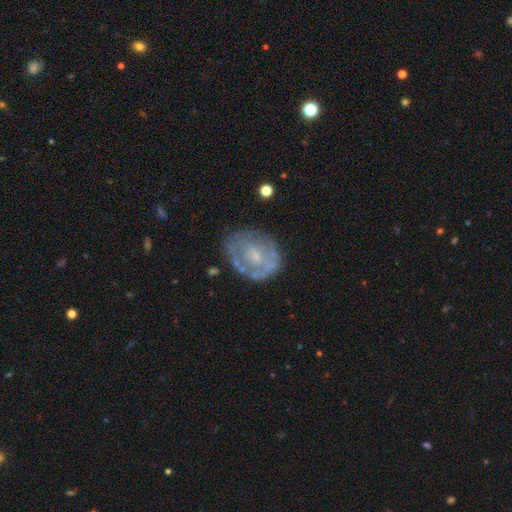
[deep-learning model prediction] smooth_or_featured: featured or disk (p=0.62) [alt: smooth p=0.30]
disk_edge_on: no (p=0.97) [alt: yes p=0.03]
bar: no (p=0.78) [alt: weak p=0.18]
has_spiral_arms: no (p=0.65) [alt: yes p=0.35]
bulge_size: small (p=0.54) [alt: moderate p=0.28]
merging: none (p=0.62) [alt: minor disturbance p=0.22]